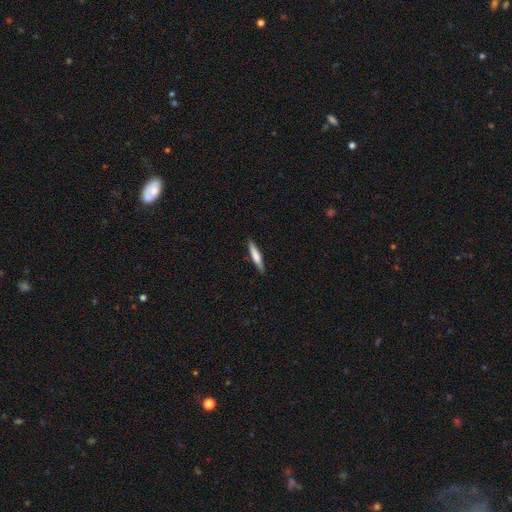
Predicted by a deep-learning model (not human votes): Smooth or featured?
  - smooth: 66% *
  - featured or disk: 29%
  - star or artifact: 5%
How rounded?
  - cigar-shaped: 92% *
  - in between: 7%
  - round: 1%
Merging?
  - none: 88% *
  - minor disturbance: 9%
  - major disturbance: 2%
  - merger: 1%